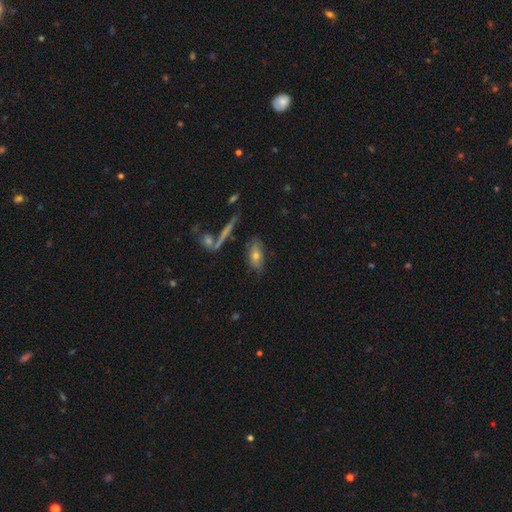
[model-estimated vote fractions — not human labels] smooth-or-featured: smooth: 58% | featured or disk: 31% | star or artifact: 10%
  how-rounded: in between: 80% | cigar-shaped: 13% | round: 7%
  merging: none: 68% | minor disturbance: 19% | merger: 6% | major disturbance: 6%